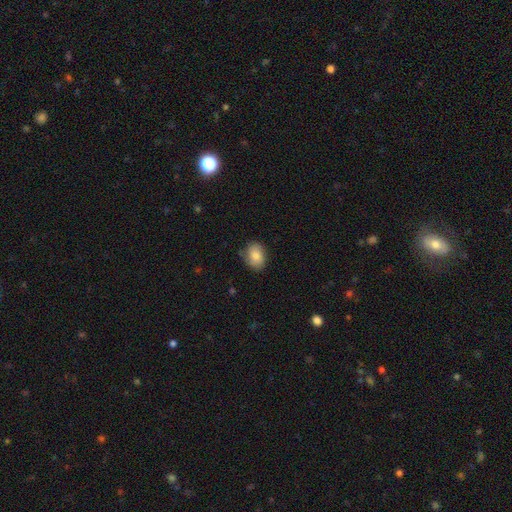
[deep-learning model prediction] The model was most divided on "how rounded": in between: 77%, round: 22%, cigar-shaped: 1%. More confident: smooth or featured — smooth (82%); merging — none (76%).